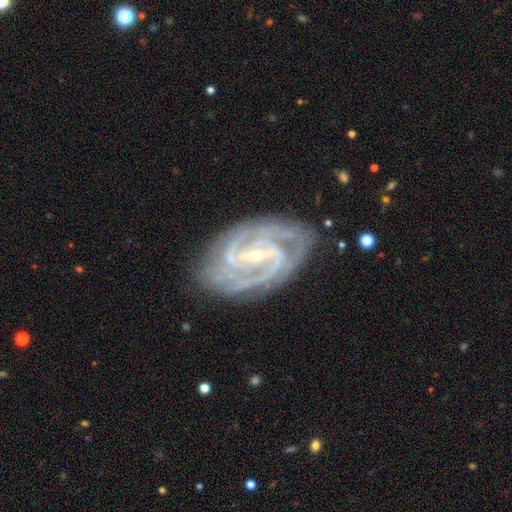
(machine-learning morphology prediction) Smooth or featured? featured or disk (92%)
Edge-on disk? no (97%)
Bar? strong (42%)
Spiral arms? yes (98%)
Spiral winding? tight (58%)
Spiral arm count? 2 (44%)
Bulge size? small (79%)
Merging? none (78%)